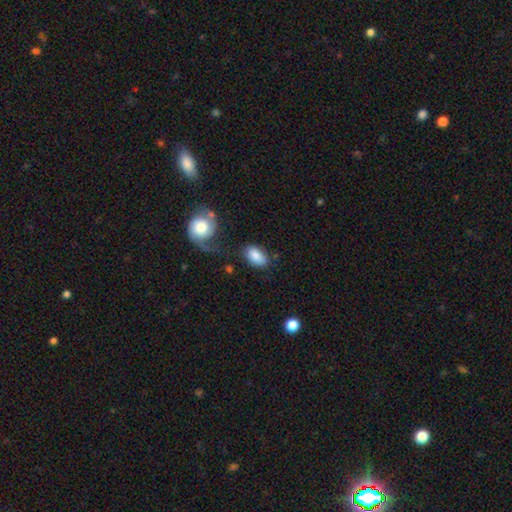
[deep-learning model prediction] This is clearly a smooth galaxy (84%). How rounded: clearly in between (90%). Merging: likely none (69%).